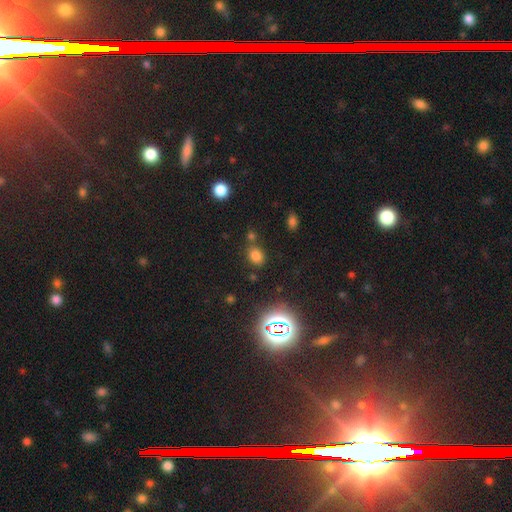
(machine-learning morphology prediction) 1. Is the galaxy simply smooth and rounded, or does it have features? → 71% smooth, 22% star or artifact, 7% featured or disk.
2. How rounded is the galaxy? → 51% in between, 48% round, 1% cigar-shaped.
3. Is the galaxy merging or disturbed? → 71% none, 13% merger, 11% minor disturbance, 4% major disturbance.